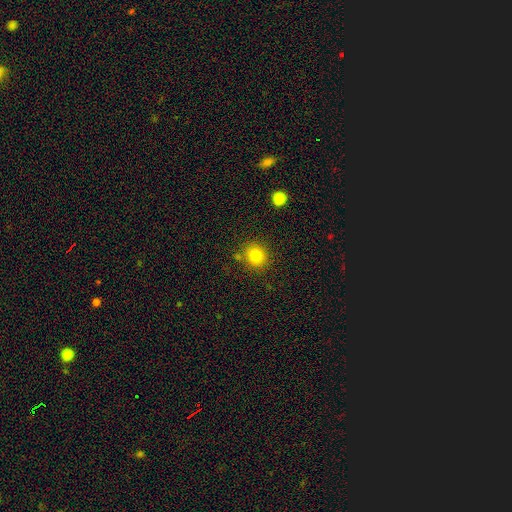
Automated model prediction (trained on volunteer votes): Smooth or featured?
  - smooth: 80% *
  - star or artifact: 13%
  - featured or disk: 8%
How rounded?
  - round: 87% *
  - in between: 12%
  - cigar-shaped: 1%
Merging?
  - none: 84% *
  - minor disturbance: 9%
  - merger: 5%
  - major disturbance: 3%